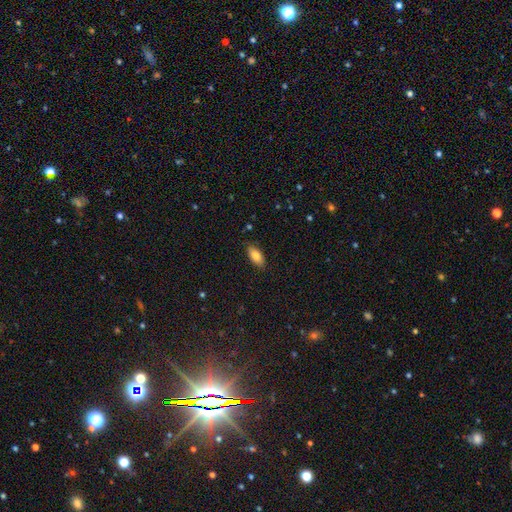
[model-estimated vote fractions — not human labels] smooth 83%, featured or disk 9%, star or artifact 7%. Down the decision tree: how rounded — in between (90%); merging — none (86%).